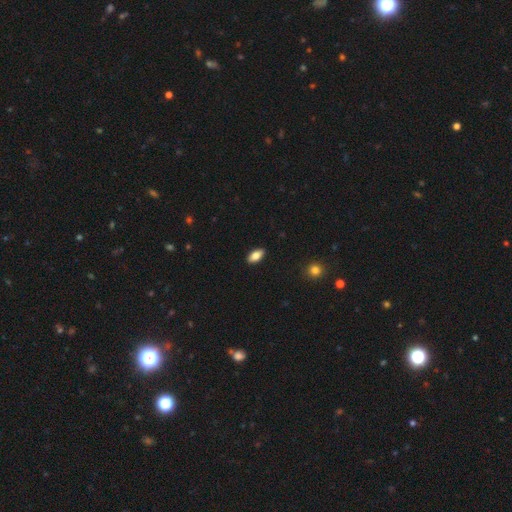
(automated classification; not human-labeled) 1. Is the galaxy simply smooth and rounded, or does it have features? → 81% smooth, 12% featured or disk, 7% star or artifact.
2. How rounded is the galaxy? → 91% in between, 6% cigar-shaped, 3% round.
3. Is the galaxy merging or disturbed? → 90% none, 7% minor disturbance, 2% major disturbance, 1% merger.